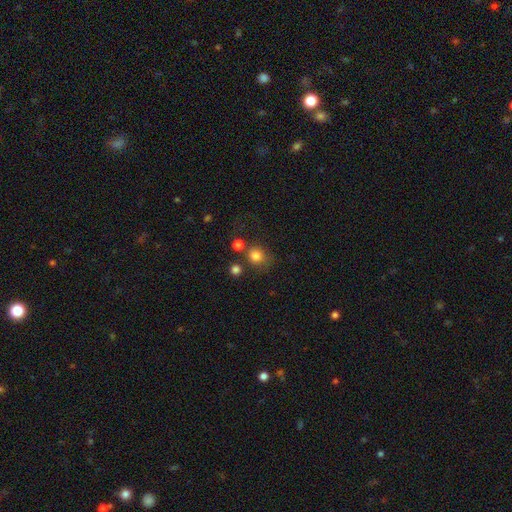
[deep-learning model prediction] A smooth galaxy with no disk features (81%) that is round (87%). Merging: none (68%).